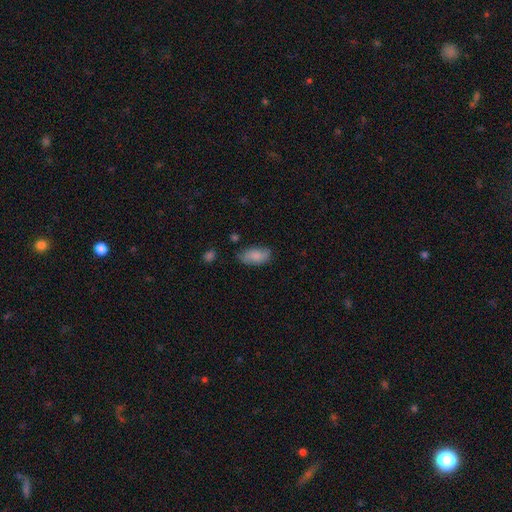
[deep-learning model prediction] smooth 82%, featured or disk 12%, star or artifact 7%. Down the decision tree: how rounded — in between (92%); merging — none (70%).